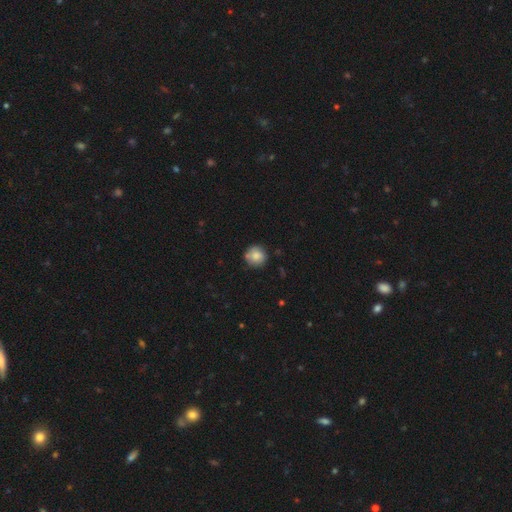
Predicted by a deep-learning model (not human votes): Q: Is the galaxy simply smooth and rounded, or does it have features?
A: smooth — 81%.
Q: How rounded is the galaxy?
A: round — 93%.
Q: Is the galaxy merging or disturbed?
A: none — 79%.